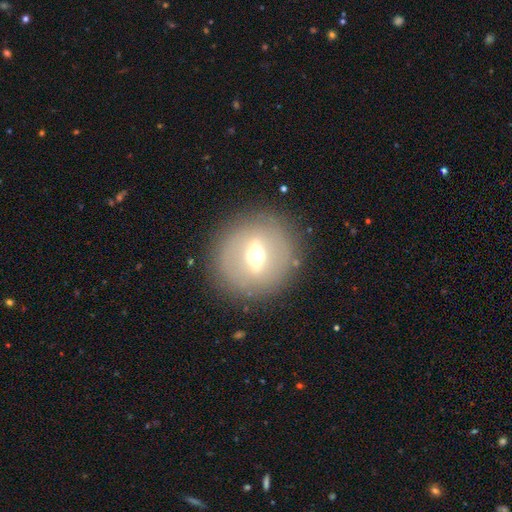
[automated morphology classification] Q: Smooth or featured?
A: featured or disk (56%); runner-up: smooth (34%)
Q: Edge-on disk?
A: no (72%); runner-up: yes (28%)
Q: Merging?
A: none (85%); runner-up: minor disturbance (8%)